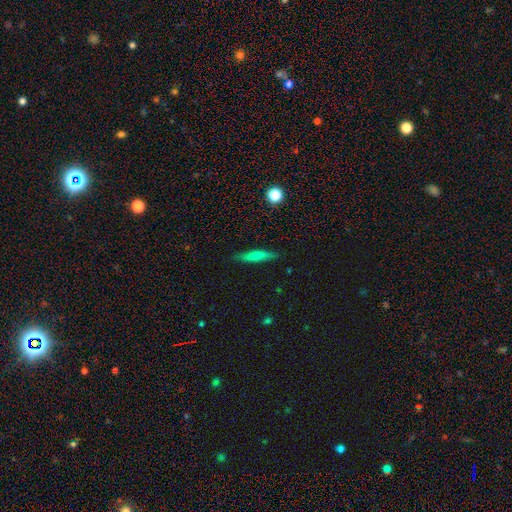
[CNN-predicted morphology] A smooth galaxy with no disk features (67%) that is cigar-shaped (87%).

Vote fractions:
- Smooth or featured? smooth: 67% / featured or disk: 26% / star or artifact: 7%
- How rounded? cigar-shaped: 87% / in between: 11% / round: 2%
- Merging? none: 86% / minor disturbance: 10% / major disturbance: 2% / merger: 1%